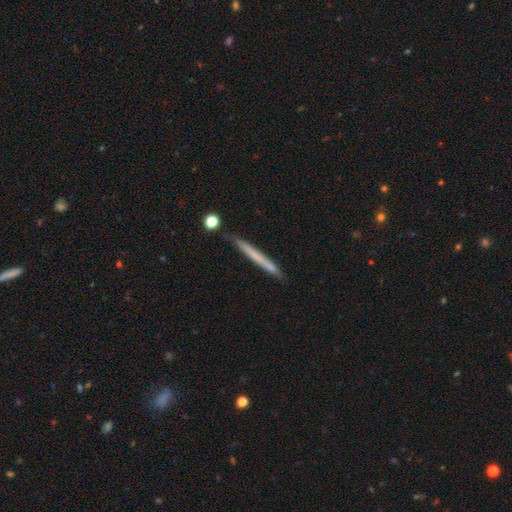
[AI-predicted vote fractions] The model was most divided on "smooth or featured": smooth: 59%, featured or disk: 35%, star or artifact: 6%. More confident: how rounded — cigar-shaped (97%); merging — none (85%).